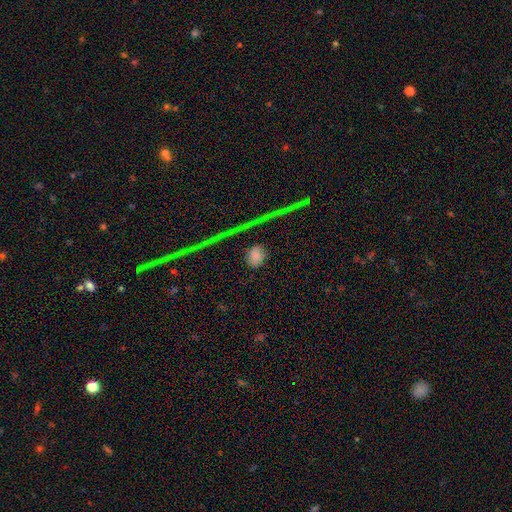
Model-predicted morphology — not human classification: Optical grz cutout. It shows a smooth galaxy with no disk features (72%) that is round (71%). Merging: none (74%).